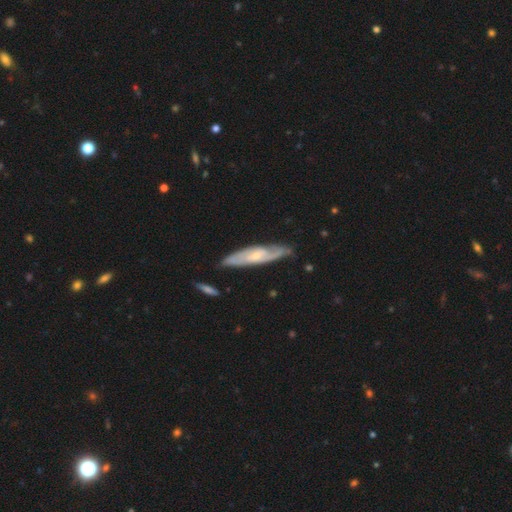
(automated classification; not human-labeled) Smooth or featured: featured or disk — 73% (smooth — 22%)
Edge-on disk: no — 68% (yes — 32%)
Merging: none — 77% (minor disturbance — 17%)